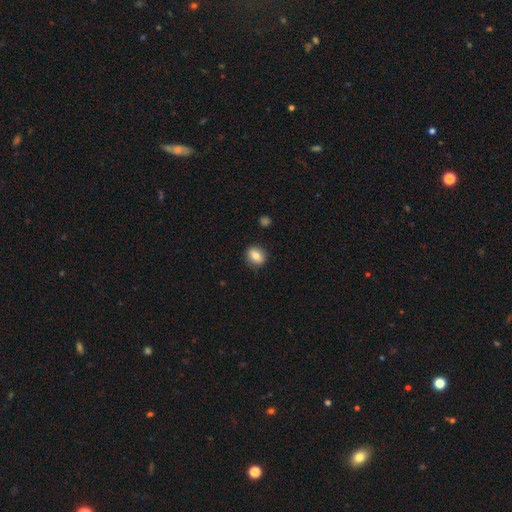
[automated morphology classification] Smooth or featured? Predicted: smooth (p=0.80). How rounded? Predicted: round (p=0.54). Merging? Predicted: none (p=0.86).